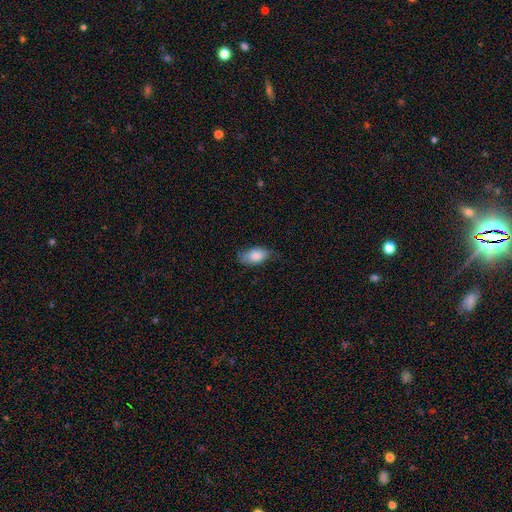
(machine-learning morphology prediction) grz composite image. It shows a smooth galaxy with no disk features (84%) that is in between round and cigar-shaped (92%). Merging: none (68%).